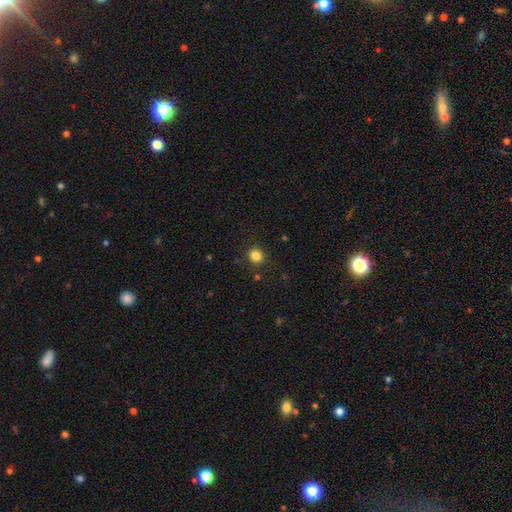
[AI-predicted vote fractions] Q: Smooth or featured?
A: smooth (84%); runner-up: star or artifact (12%)
Q: How rounded?
A: round (83%); runner-up: in between (16%)
Q: Merging?
A: none (89%); runner-up: minor disturbance (7%)